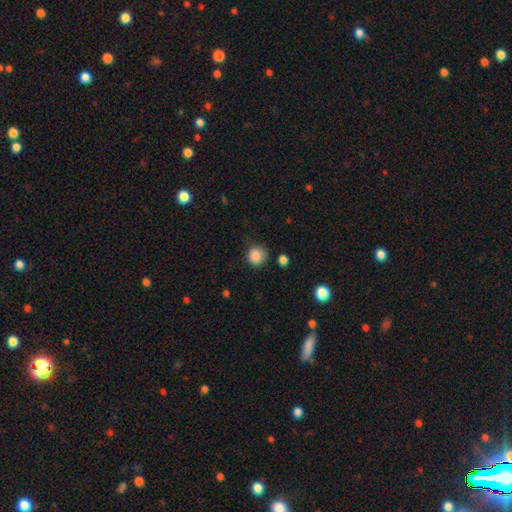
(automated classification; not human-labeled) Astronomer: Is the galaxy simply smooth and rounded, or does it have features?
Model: smooth — 86%.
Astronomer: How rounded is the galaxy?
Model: round — 90%.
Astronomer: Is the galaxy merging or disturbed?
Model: none — 76%.